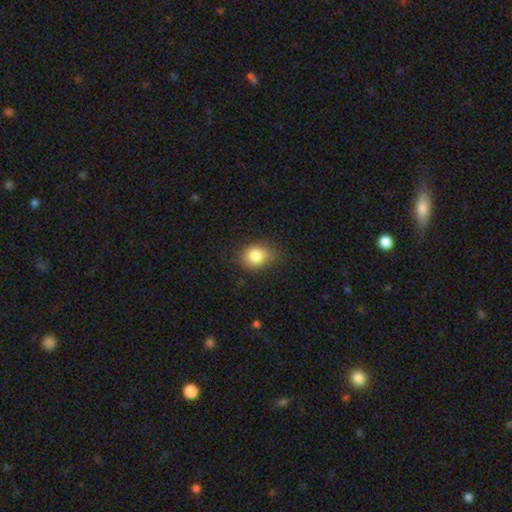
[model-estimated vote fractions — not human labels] Smooth or featured?
  - smooth: 83% *
  - star or artifact: 9%
  - featured or disk: 7%
How rounded?
  - round: 52% *
  - in between: 47%
  - cigar-shaped: 1%
Merging?
  - none: 73% *
  - minor disturbance: 20%
  - major disturbance: 5%
  - merger: 1%